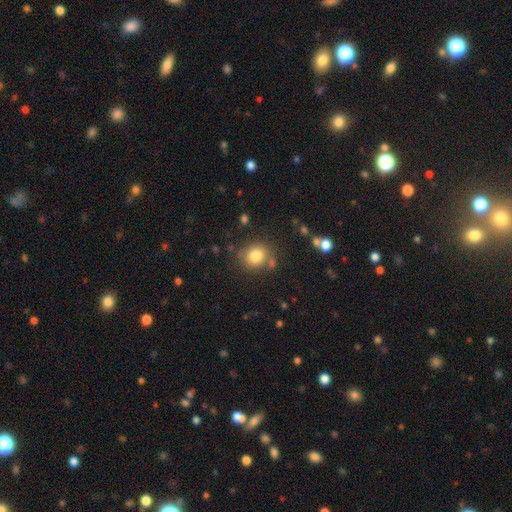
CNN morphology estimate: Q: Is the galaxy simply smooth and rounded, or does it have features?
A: smooth — 81%.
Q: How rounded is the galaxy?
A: round — 81%.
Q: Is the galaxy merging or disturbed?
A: none — 76%.